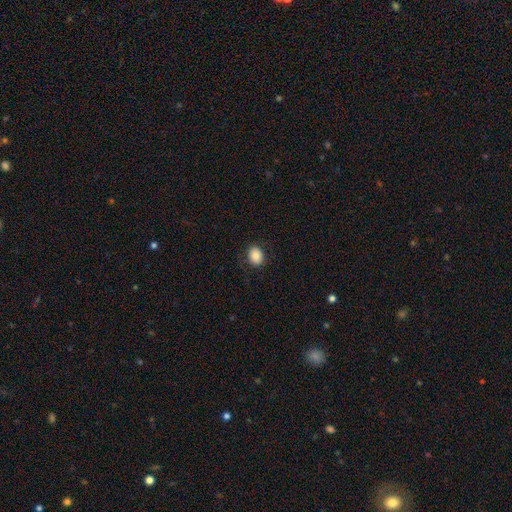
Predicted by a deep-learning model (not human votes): Q: Smooth or featured?
A: smooth (84%); runner-up: star or artifact (9%)
Q: How rounded?
A: round (52%); runner-up: in between (48%)
Q: Merging?
A: none (86%); runner-up: minor disturbance (10%)